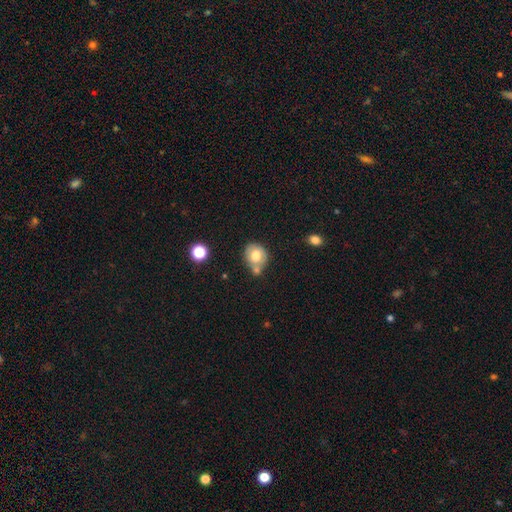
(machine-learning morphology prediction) Smooth or featured? smooth (69%)
How rounded? round (66%)
Merging? none (48%)